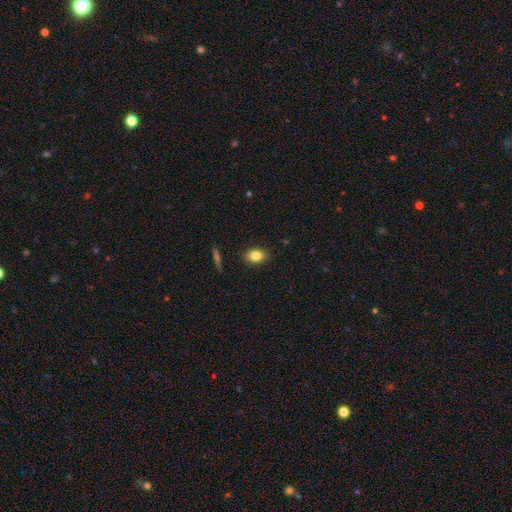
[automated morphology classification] smooth 83%, star or artifact 9%, featured or disk 8%. Down the decision tree: how rounded — in between (69%); merging — none (87%).